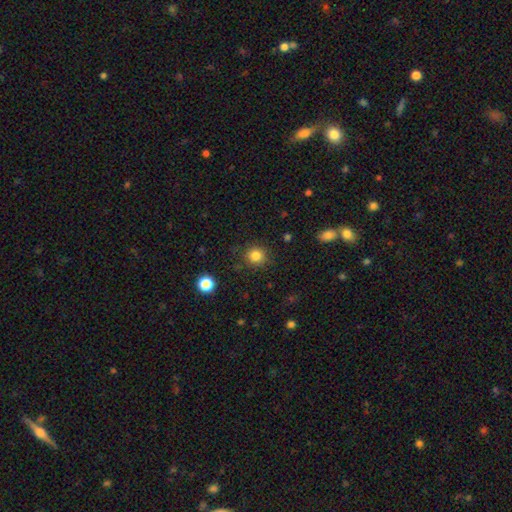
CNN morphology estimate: Smooth or featured?
  - smooth: 83% *
  - star or artifact: 12%
  - featured or disk: 5%
How rounded?
  - round: 91% *
  - in between: 8%
  - cigar-shaped: 1%
Merging?
  - none: 87% *
  - minor disturbance: 8%
  - major disturbance: 3%
  - merger: 2%